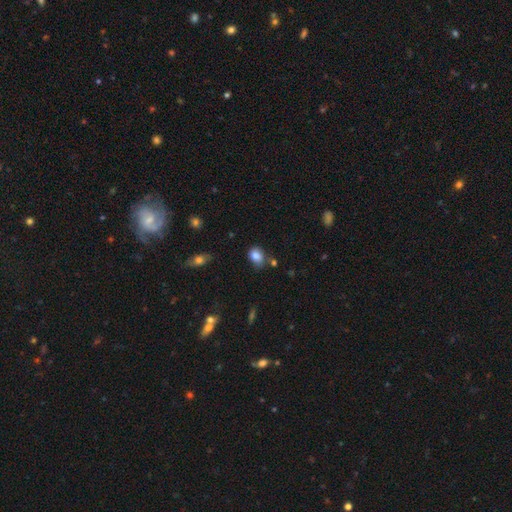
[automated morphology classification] Smooth or featured?
  - smooth: 83% *
  - star or artifact: 9%
  - featured or disk: 7%
How rounded?
  - in between: 71% *
  - round: 28%
  - cigar-shaped: 1%
Merging?
  - none: 64% *
  - minor disturbance: 23%
  - merger: 7%
  - major disturbance: 5%